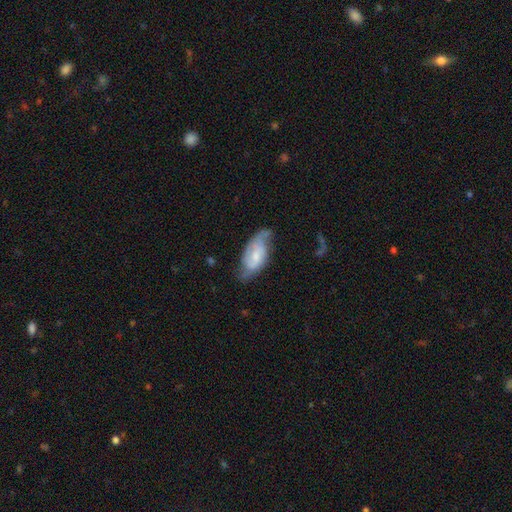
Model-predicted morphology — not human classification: Smooth or featured? featured or disk (54%)
Edge-on disk? no (92%)
Merging? none (46%)